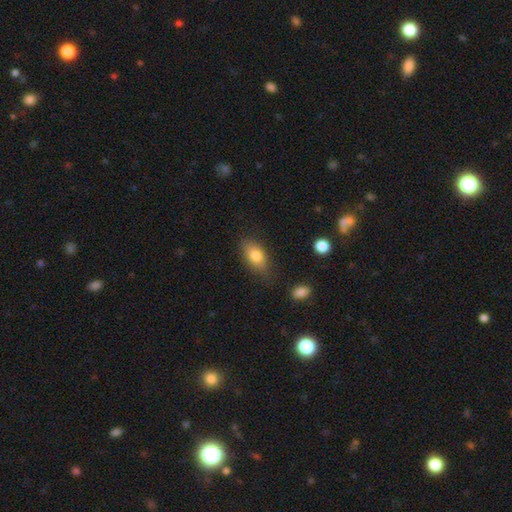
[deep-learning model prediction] smooth 80%, featured or disk 12%, star or artifact 8%. Down the decision tree: how rounded — in between (87%); merging — none (73%).